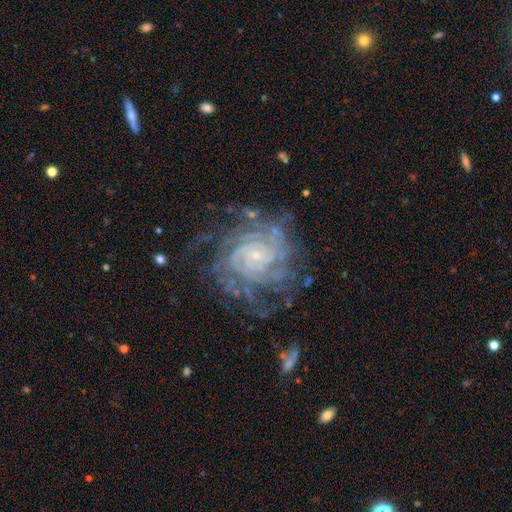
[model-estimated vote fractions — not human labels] Q: Smooth or featured?
A: featured or disk (90%); runner-up: star or artifact (6%)
Q: Edge-on disk?
A: no (98%); runner-up: yes (2%)
Q: Bar?
A: no (62%); runner-up: weak (28%)
Q: Spiral arms?
A: yes (98%); runner-up: no (2%)
Q: Spiral winding?
A: tight (78%); runner-up: medium (19%)
Q: Spiral arm count?
A: 4 (25%); runner-up: can't tell (23%)
Q: Bulge size?
A: small (83%); runner-up: moderate (11%)
Q: Merging?
A: none (66%); runner-up: minor disturbance (19%)